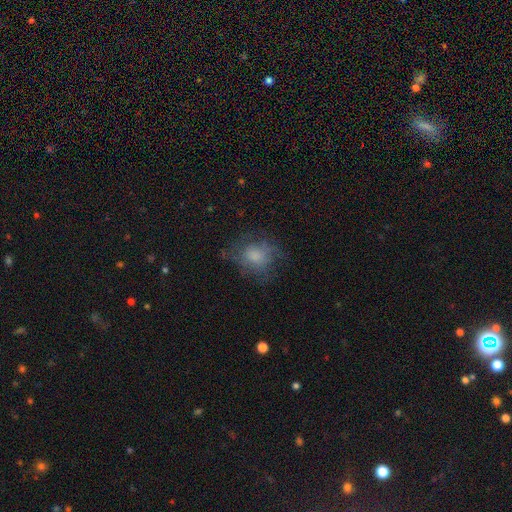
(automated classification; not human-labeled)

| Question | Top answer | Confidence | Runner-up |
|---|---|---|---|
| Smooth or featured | smooth | 62% | featured or disk (27%) |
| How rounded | round | 65% | in between (34%) |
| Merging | none | 56% | minor disturbance (23%) |